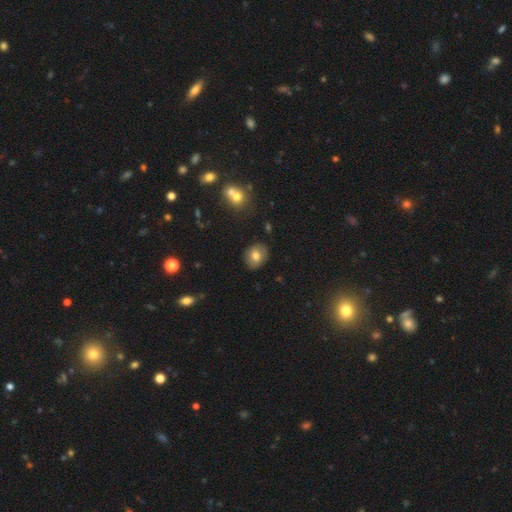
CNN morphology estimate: This appears to be a smooth galaxy with no disk features (73%) that is round (50%). Merging: none (85%).